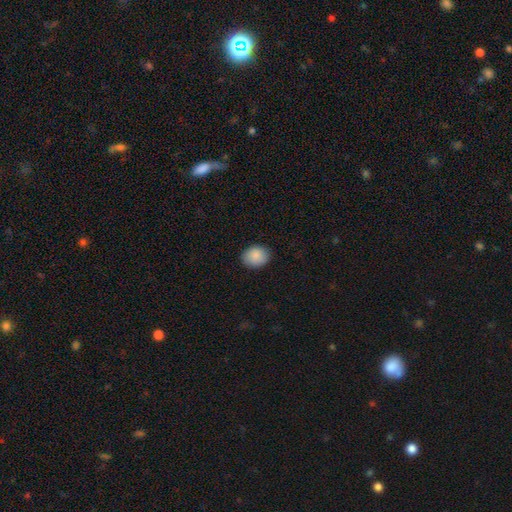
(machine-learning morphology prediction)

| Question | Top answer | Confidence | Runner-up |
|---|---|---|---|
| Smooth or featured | smooth | 89% | star or artifact (7%) |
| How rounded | round | 51% | in between (48%) |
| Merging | none | 88% | minor disturbance (9%) |